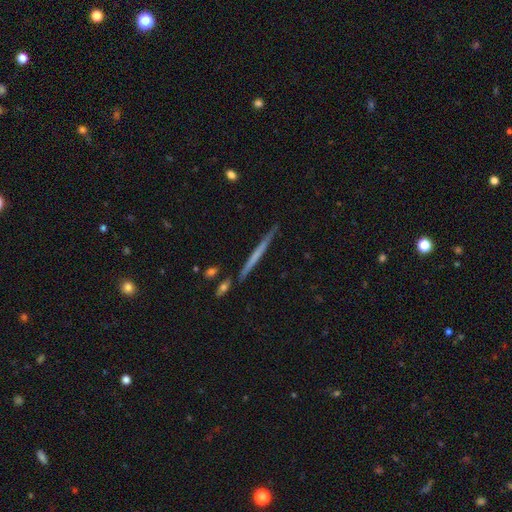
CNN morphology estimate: featured or disk 55%, smooth 39%, star or artifact 6%. Down the decision tree: edge-on disk — yes (97%); edge-on bulge — none (87%); merging — none (88%).